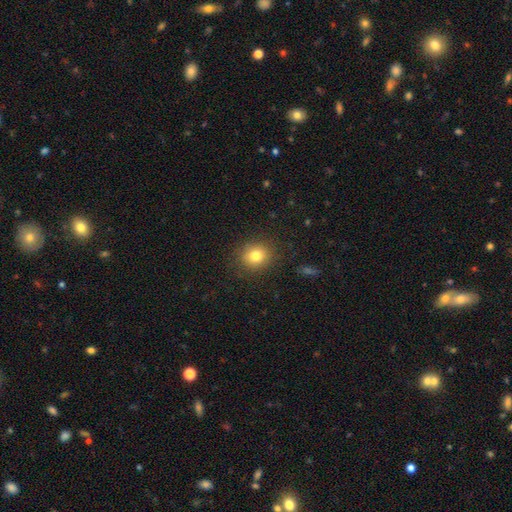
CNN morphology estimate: smooth 80%, star or artifact 12%, featured or disk 8%. Down the decision tree: how rounded — round (80%); merging — none (88%).